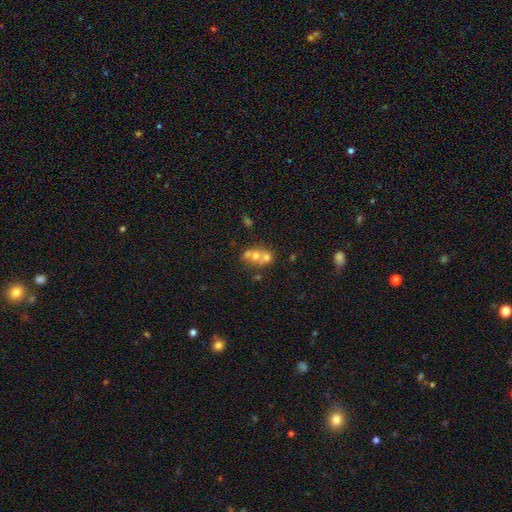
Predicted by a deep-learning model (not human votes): Overall: smooth (53%; featured or disk 33%). How rounded: round (59%; in between 39%). Merging: merger (61%; none 27%).